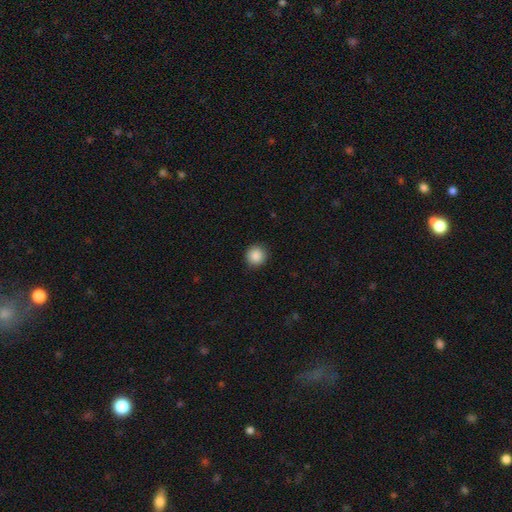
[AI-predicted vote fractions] This is clearly a smooth galaxy (88%). How rounded: clearly round (94%). Merging: clearly none (91%).